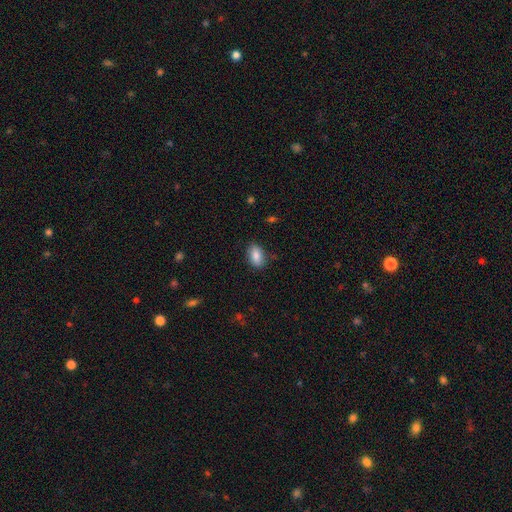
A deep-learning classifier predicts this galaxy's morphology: type=smooth (86%); roundness=in between (89%); merging=none (84%).